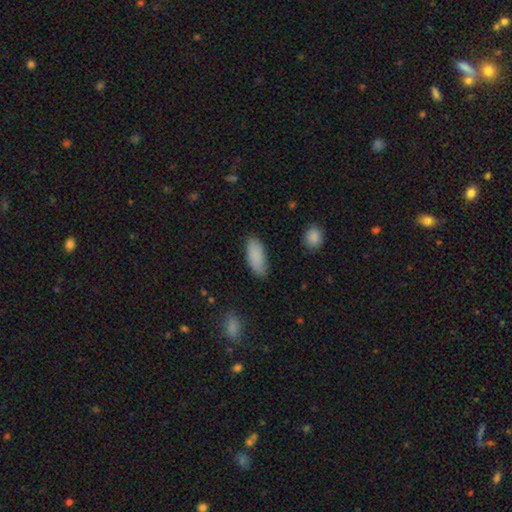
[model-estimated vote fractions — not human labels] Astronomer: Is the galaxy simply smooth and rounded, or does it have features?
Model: smooth — 88%.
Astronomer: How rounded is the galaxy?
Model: in between — 84%.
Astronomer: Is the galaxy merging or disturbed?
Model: none — 84%.